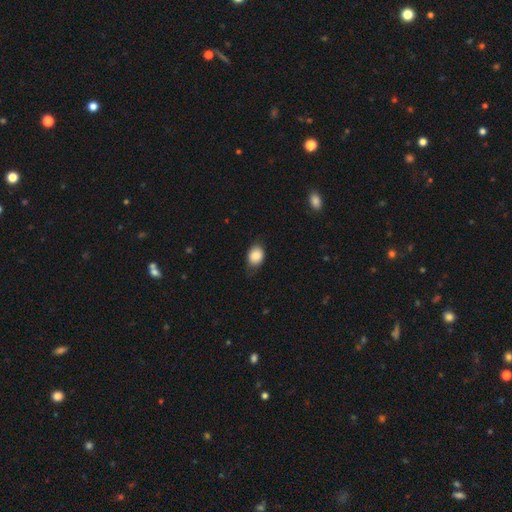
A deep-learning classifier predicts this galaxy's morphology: This is clearly a smooth galaxy (86%). How rounded: likely in between (66%). Merging: likely none (68%).